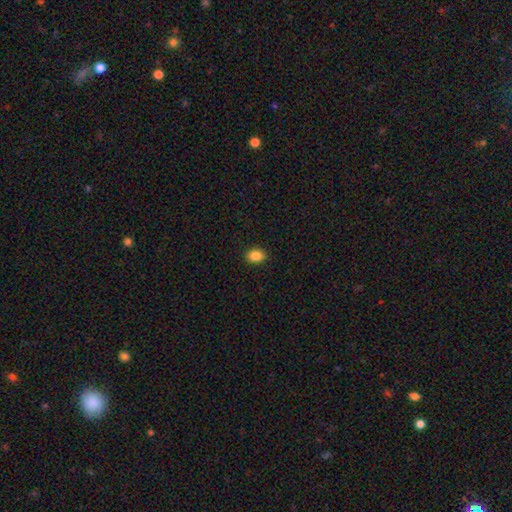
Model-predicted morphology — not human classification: Smooth or featured? smooth (87%)
How rounded? in between (70%)
Merging? none (90%)